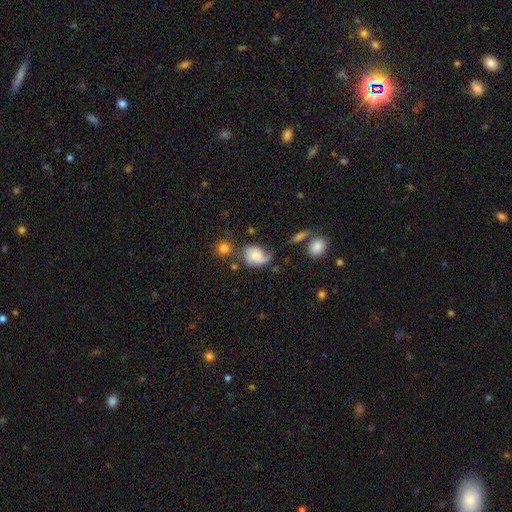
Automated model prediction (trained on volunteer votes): Overall: smooth (56%; featured or disk 35%). How rounded: in between (64%; round 35%). Merging: none (40%; minor disturbance 33%).